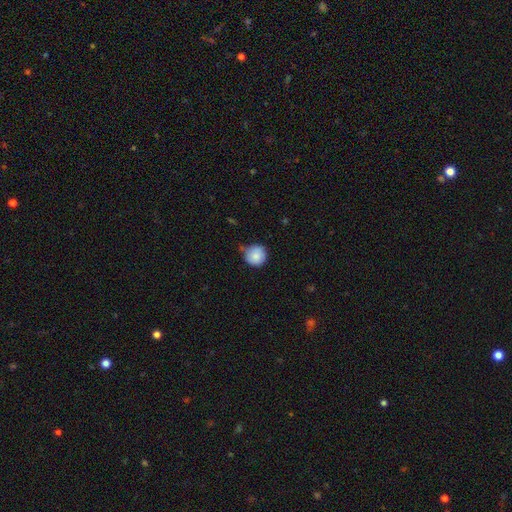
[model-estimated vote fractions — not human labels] smooth_or_featured: smooth (p=0.86) [alt: star or artifact p=0.08]
how_rounded: round (p=0.94) [alt: in between p=0.05]
merging: none (p=0.68) [alt: minor disturbance p=0.25]